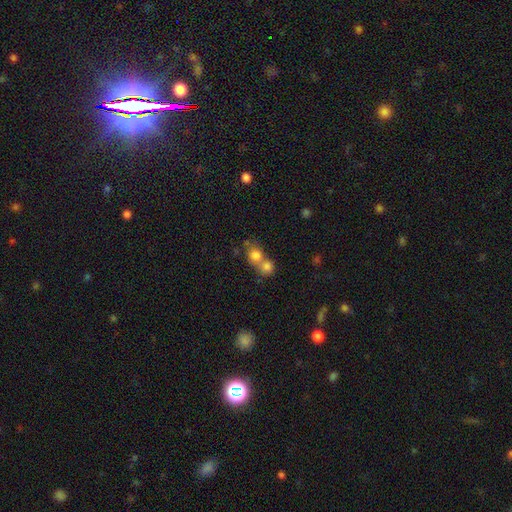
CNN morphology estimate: This is likely a smooth galaxy (77%). How rounded: likely round (77%). Merging: likely merger (63%).